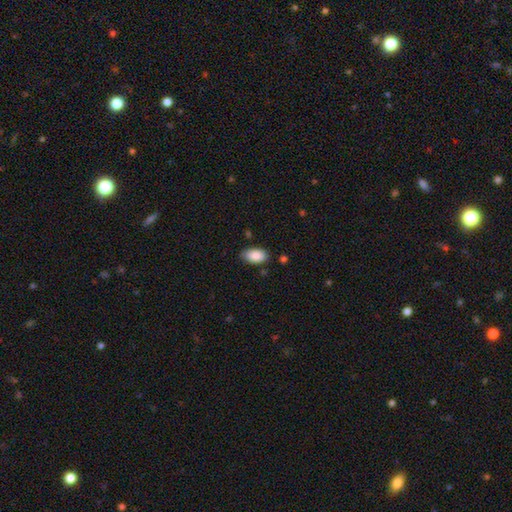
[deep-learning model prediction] A smooth galaxy with no disk features (88%) that is in between round and cigar-shaped (94%).

Vote fractions:
- Smooth or featured? smooth: 88% / star or artifact: 7% / featured or disk: 5%
- How rounded? in between: 94% / round: 4% / cigar-shaped: 2%
- Merging? none: 79% / minor disturbance: 17% / major disturbance: 3% / merger: 2%